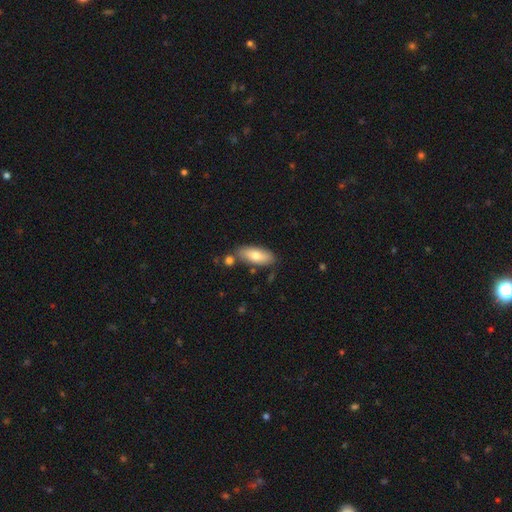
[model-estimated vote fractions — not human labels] Smooth or featured: smooth — 73% (featured or disk — 21%)
How rounded: in between — 80% (cigar-shaped — 17%)
Merging: none — 76% (minor disturbance — 13%)